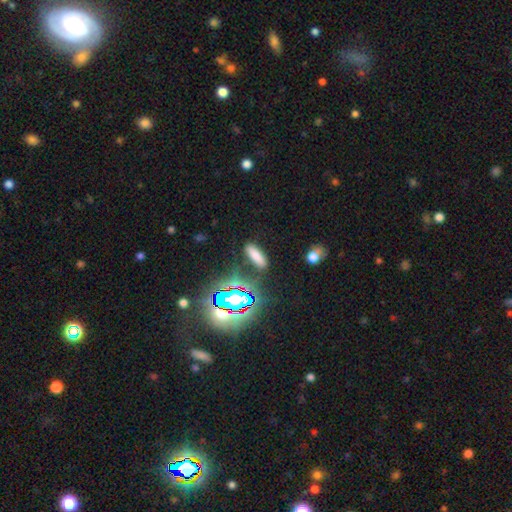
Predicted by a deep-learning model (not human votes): Smooth or featured: smooth — 68% (star or artifact — 21%)
How rounded: in between — 54% (cigar-shaped — 41%)
Merging: none — 80% (minor disturbance — 12%)